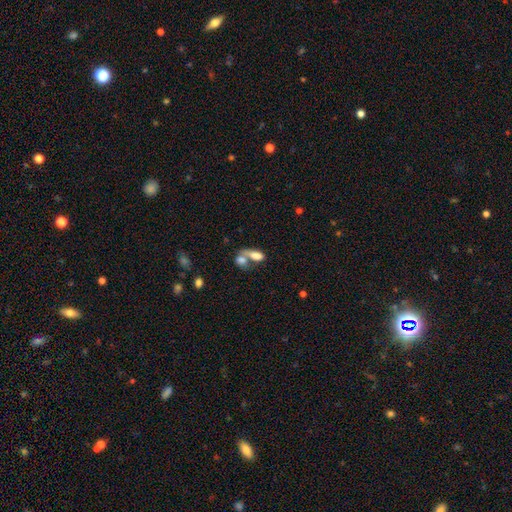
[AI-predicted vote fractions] Overall: smooth (75%). How rounded: in between (83%). Merging: merger (62%; none 23%).